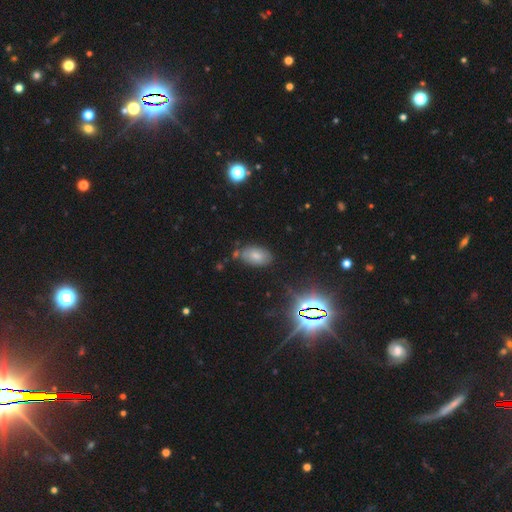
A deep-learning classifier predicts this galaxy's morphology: Smooth or featured?
  - smooth: 69% *
  - star or artifact: 17%
  - featured or disk: 15%
How rounded?
  - in between: 92% *
  - round: 7%
  - cigar-shaped: 2%
Merging?
  - none: 73% *
  - minor disturbance: 17%
  - merger: 6%
  - major disturbance: 4%